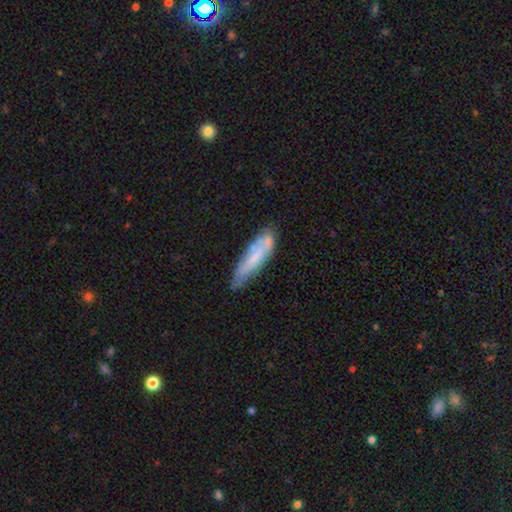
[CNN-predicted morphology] Smooth or featured? smooth (57%)
How rounded? cigar-shaped (71%)
Merging? none (59%)